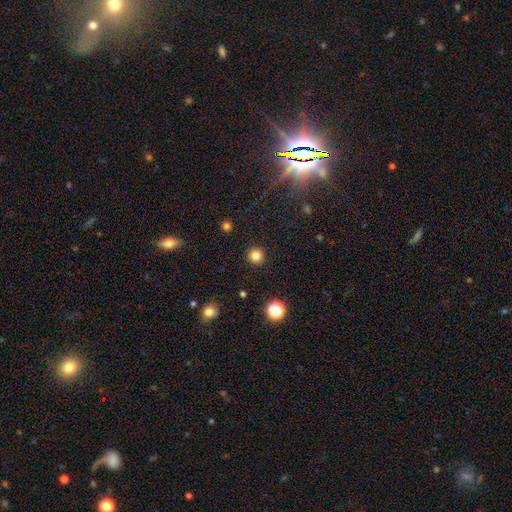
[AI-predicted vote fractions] A smooth galaxy with no disk features (83%) that is round (95%). Merging: none (92%).